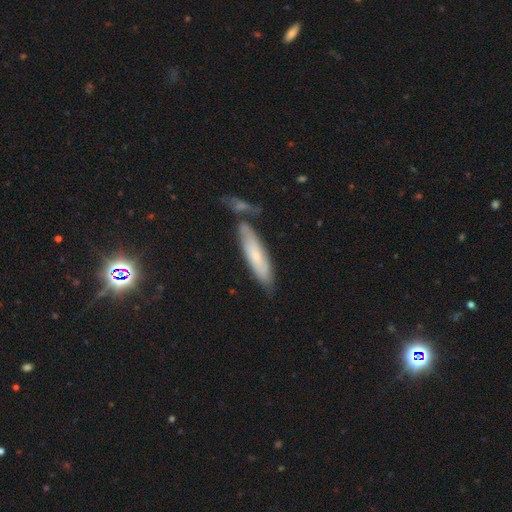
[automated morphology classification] A smooth galaxy with no disk features (64%) that is cigar-shaped (74%).

Vote fractions:
- Smooth or featured? smooth: 64% / featured or disk: 29% / star or artifact: 7%
- How rounded? cigar-shaped: 74% / in between: 24% / round: 1%
- Merging? none: 65% / minor disturbance: 16% / merger: 14% / major disturbance: 4%